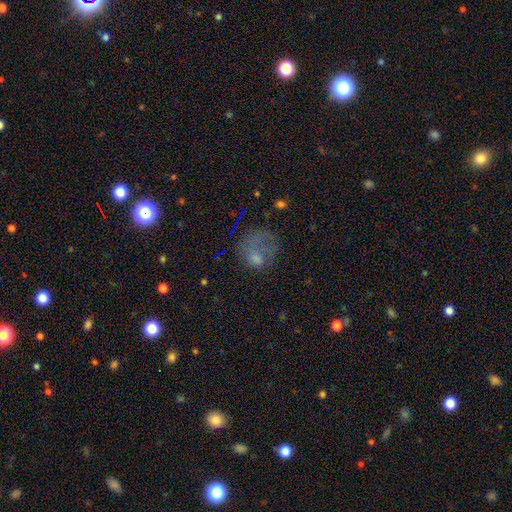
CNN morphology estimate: Smooth or featured: smooth — 57% (featured or disk — 27%)
How rounded: round — 61% (in between — 37%)
Merging: major disturbance — 42% (none — 33%)